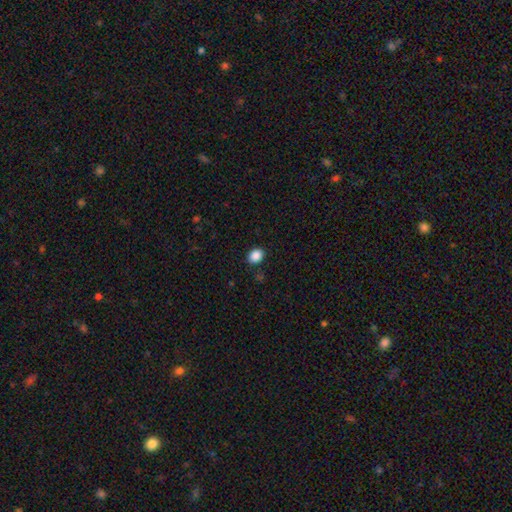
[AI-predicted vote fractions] A smooth galaxy with no disk features (88%) that is in between round and cigar-shaped (55%).

Vote fractions:
- Smooth or featured? smooth: 88% / star or artifact: 9% / featured or disk: 3%
- How rounded? in between: 55% / round: 45% / cigar-shaped: 1%
- Merging? none: 87% / minor disturbance: 9% / major disturbance: 2% / merger: 2%